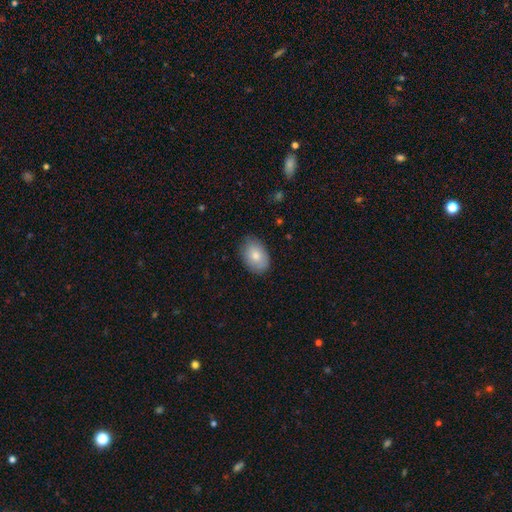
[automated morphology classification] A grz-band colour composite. It shows a smooth galaxy with no disk features (81%) that is in between round and cigar-shaped (85%). Merging: none (81%).